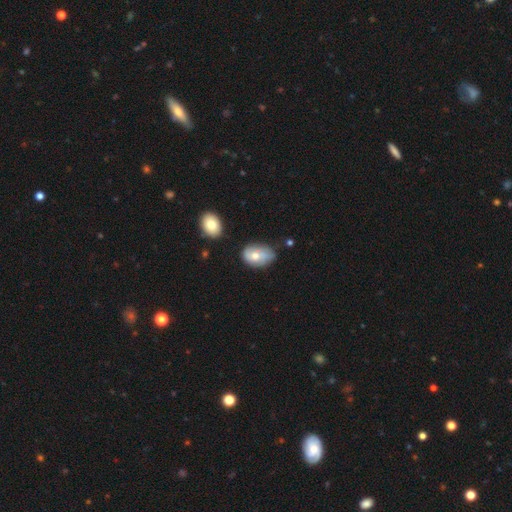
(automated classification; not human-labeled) Smooth or featured? Predicted: smooth (p=0.53). How rounded? Predicted: in between (p=0.80). Merging? Predicted: none (p=0.51).